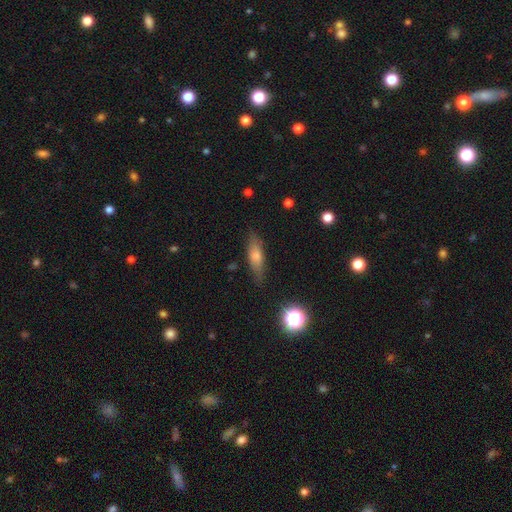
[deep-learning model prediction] A smooth galaxy with no disk features (58%) that is cigar-shaped (60%).

Vote fractions:
- Smooth or featured? smooth: 58% / featured or disk: 32% / star or artifact: 10%
- How rounded? cigar-shaped: 60% / in between: 36% / round: 4%
- Merging? none: 84% / minor disturbance: 12% / major disturbance: 3% / merger: 1%